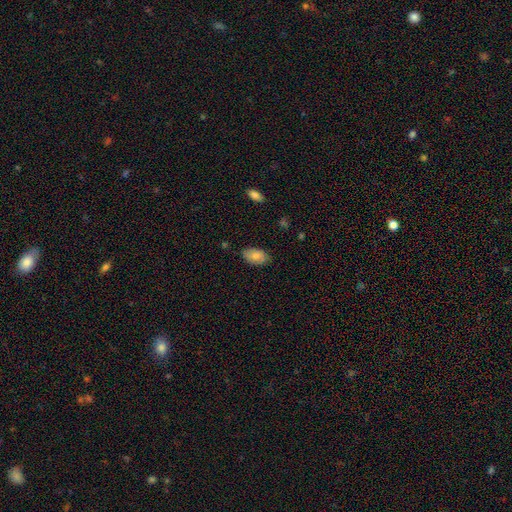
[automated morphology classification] A smooth galaxy with no disk features (79%) that is in between round and cigar-shaped (93%).

Vote fractions:
- Smooth or featured? smooth: 79% / featured or disk: 14% / star or artifact: 7%
- How rounded? in between: 93% / round: 5% / cigar-shaped: 2%
- Merging? none: 77% / minor disturbance: 19% / major disturbance: 3% / merger: 1%